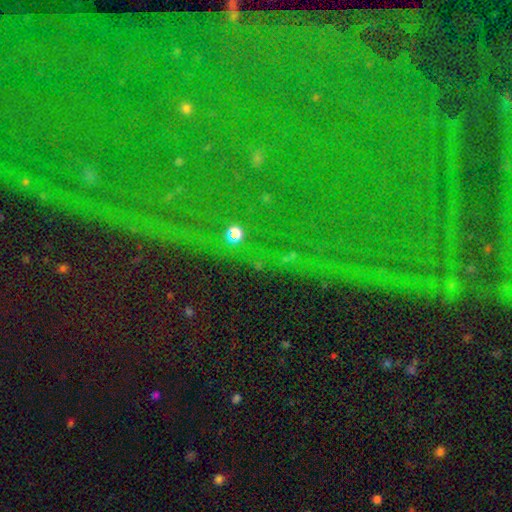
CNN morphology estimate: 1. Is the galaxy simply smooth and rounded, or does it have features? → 85% star or artifact, 7% featured or disk, 7% smooth.